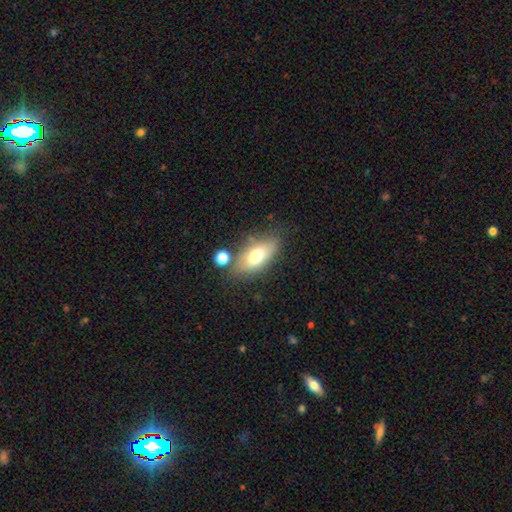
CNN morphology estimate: Overall: smooth (69%). How rounded: in between (82%). Merging: none (69%).